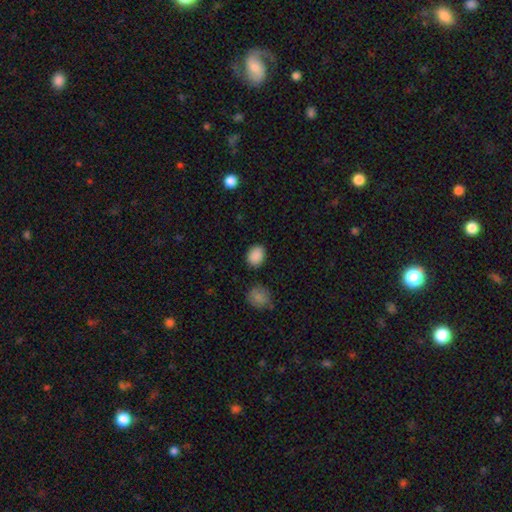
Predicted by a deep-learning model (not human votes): smooth 88%, star or artifact 9%, featured or disk 3%. Down the decision tree: how rounded — in between (58%); merging — none (85%).